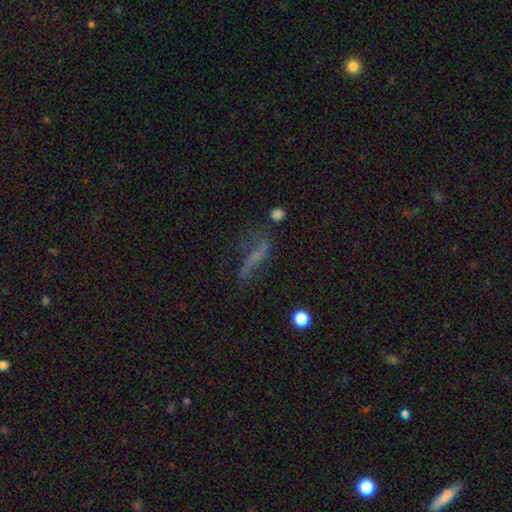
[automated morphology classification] Smooth or featured? featured or disk (46%)
Merging? none (42%)